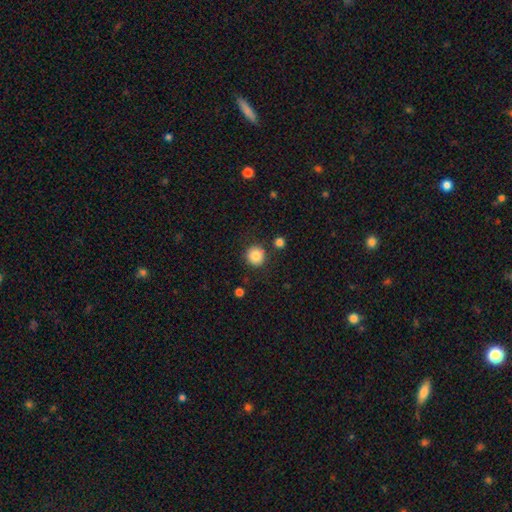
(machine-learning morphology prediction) Smooth or featured: smooth — 85% (star or artifact — 10%)
How rounded: round — 93% (in between — 6%)
Merging: none — 85% (minor disturbance — 8%)